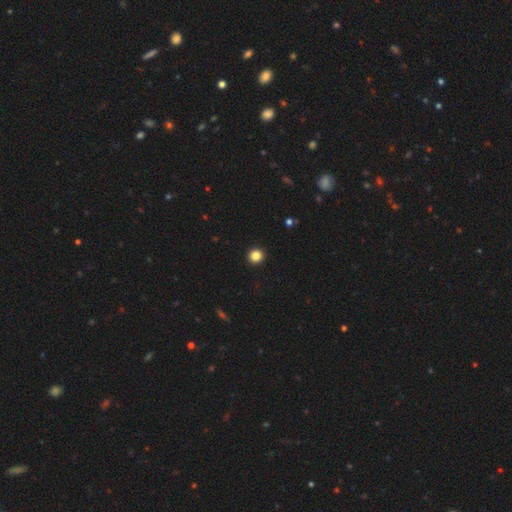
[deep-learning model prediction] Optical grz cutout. It shows a smooth galaxy with no disk features (84%) that is round (95%). Merging: none (94%).